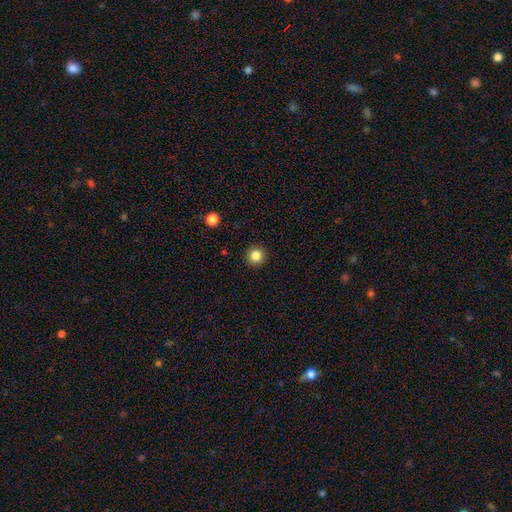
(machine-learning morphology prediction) A smooth galaxy with no disk features (84%) that is round (95%). Merging: none (92%).